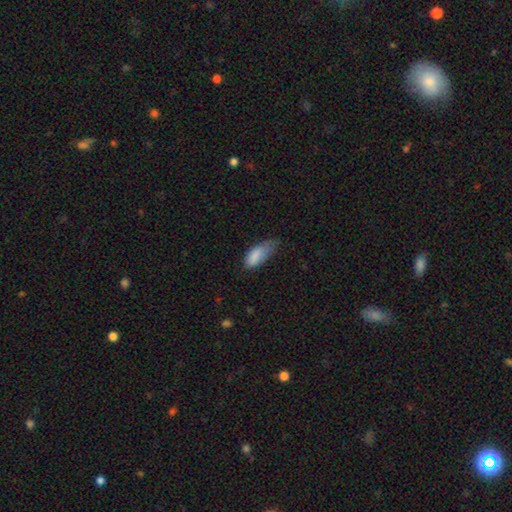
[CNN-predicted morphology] This appears to be a smooth galaxy with no disk features (83%) that is in between round and cigar-shaped (84%). Merging: minor disturbance (48%).